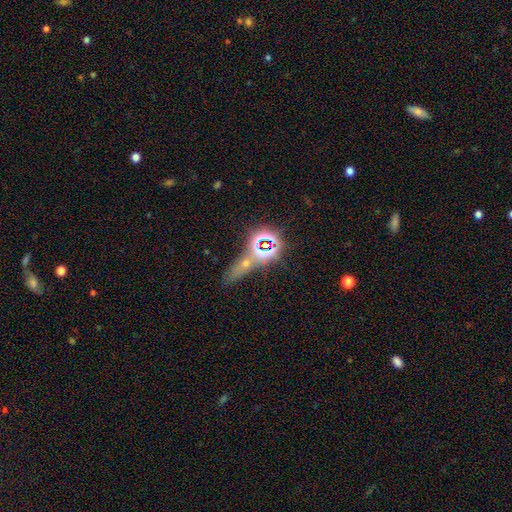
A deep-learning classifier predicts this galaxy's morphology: A star or artifact, not a galaxy (53%).

Vote fractions:
- Smooth or featured? star or artifact: 53% / smooth: 27% / featured or disk: 21%